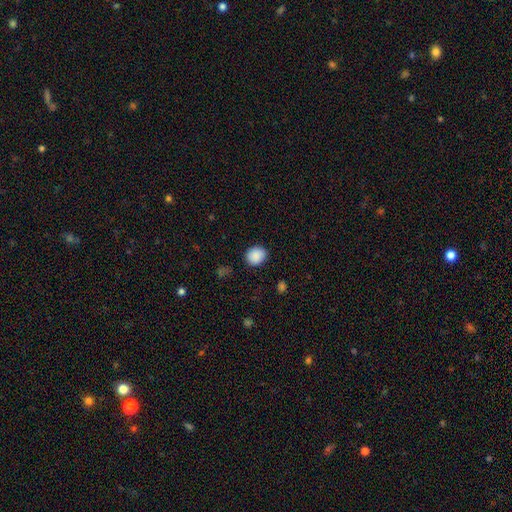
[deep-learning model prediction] smooth 88%, star or artifact 8%, featured or disk 4%. Down the decision tree: how rounded — round (66%); merging — none (86%).